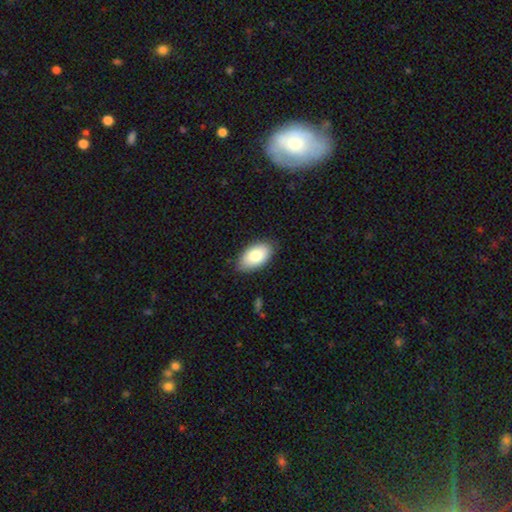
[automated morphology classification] smooth-or-featured: smooth: 81% | featured or disk: 13% | star or artifact: 6%
  how-rounded: in between: 95% | round: 3% | cigar-shaped: 2%
  merging: none: 84% | minor disturbance: 13% | major disturbance: 2% | merger: 1%